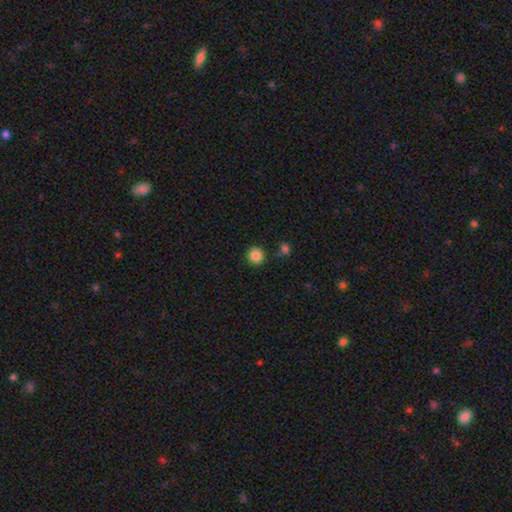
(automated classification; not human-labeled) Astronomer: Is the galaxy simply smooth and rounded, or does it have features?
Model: smooth — 86%.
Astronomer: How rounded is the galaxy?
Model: round — 92%.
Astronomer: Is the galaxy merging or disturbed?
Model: none — 85%.